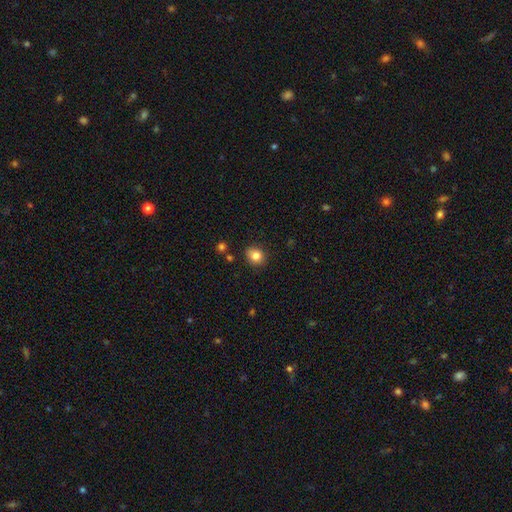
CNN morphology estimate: Smooth or featured: smooth — 83% (star or artifact — 11%)
How rounded: round — 76% (in between — 24%)
Merging: none — 85% (minor disturbance — 10%)